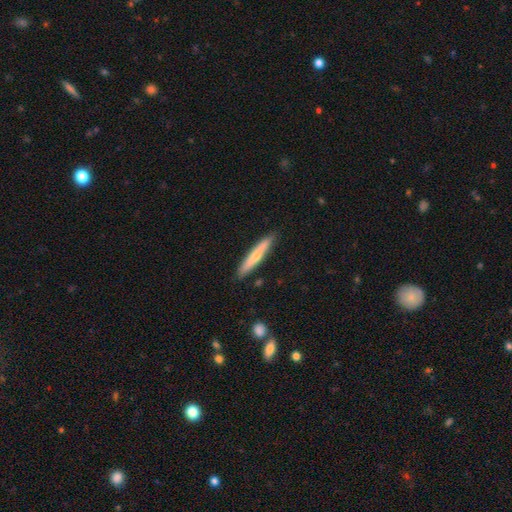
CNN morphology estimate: Smooth or featured? smooth (58%)
How rounded? cigar-shaped (92%)
Merging? none (88%)